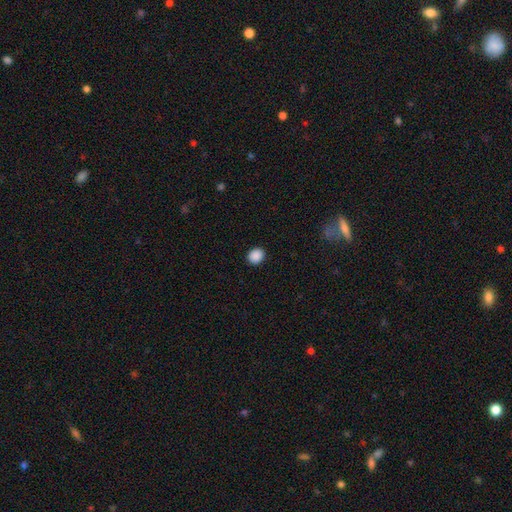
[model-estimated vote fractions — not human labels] This is clearly a smooth galaxy (89%). How rounded: likely round (70%). Merging: clearly none (91%).